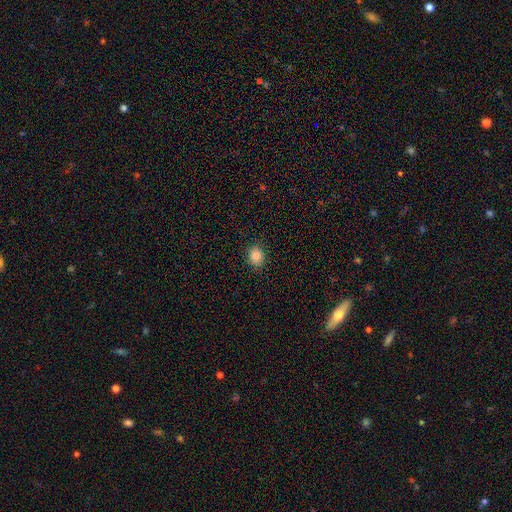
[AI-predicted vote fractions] smooth_or_featured: smooth (p=0.85) [alt: star or artifact p=0.10]
how_rounded: round (p=0.55) [alt: in between p=0.44]
merging: none (p=0.87) [alt: minor disturbance p=0.10]